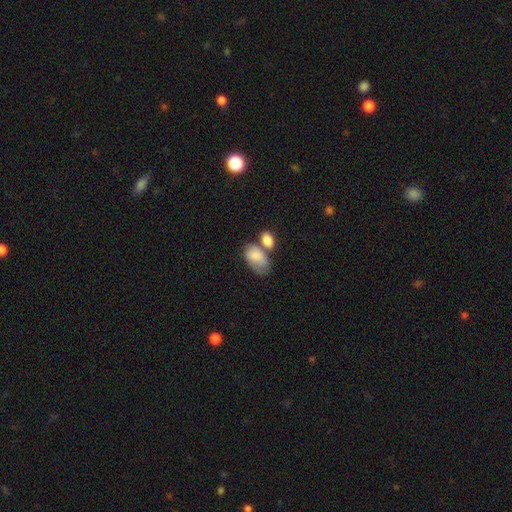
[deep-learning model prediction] Smooth or featured? smooth (81%)
How rounded? in between (92%)
Merging? merger (43%)